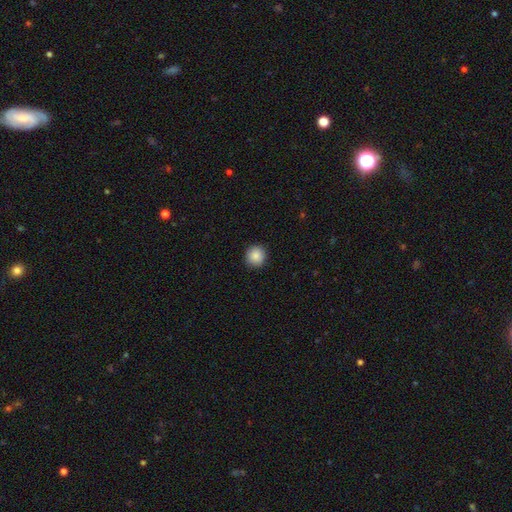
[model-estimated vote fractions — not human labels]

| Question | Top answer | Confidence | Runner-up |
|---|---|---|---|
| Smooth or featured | smooth | 88% | star or artifact (8%) |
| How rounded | round | 93% | in between (6%) |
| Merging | none | 92% | minor disturbance (6%) |